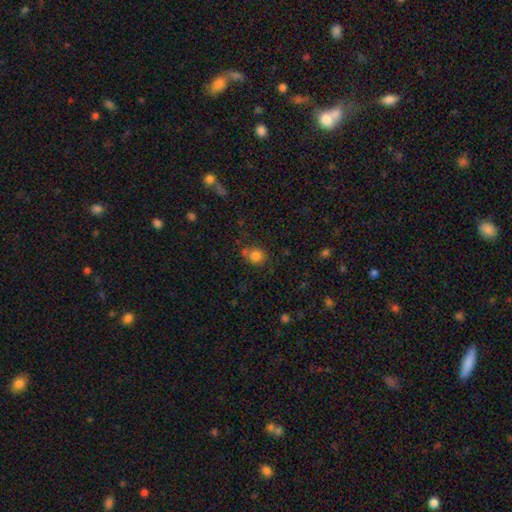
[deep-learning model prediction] Smooth or featured? Predicted: smooth (p=0.80). How rounded? Predicted: round (p=0.84). Merging? Predicted: none (p=0.66).